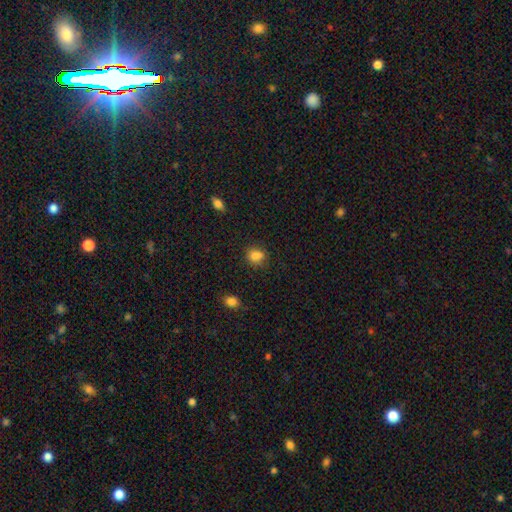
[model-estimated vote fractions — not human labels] Smooth or featured?
  - smooth: 82% *
  - star or artifact: 12%
  - featured or disk: 6%
How rounded?
  - round: 53% *
  - in between: 46%
  - cigar-shaped: 2%
Merging?
  - none: 70% *
  - minor disturbance: 19%
  - merger: 7%
  - major disturbance: 5%